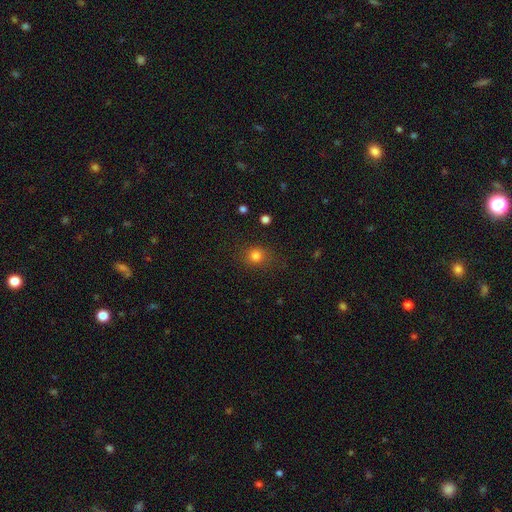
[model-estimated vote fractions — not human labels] A smooth galaxy with no disk features (80%) that is round (78%).

Vote fractions:
- Smooth or featured? smooth: 80% / star or artifact: 14% / featured or disk: 6%
- How rounded? round: 78% / in between: 21% / cigar-shaped: 1%
- Merging? none: 82% / minor disturbance: 12% / major disturbance: 5% / merger: 2%